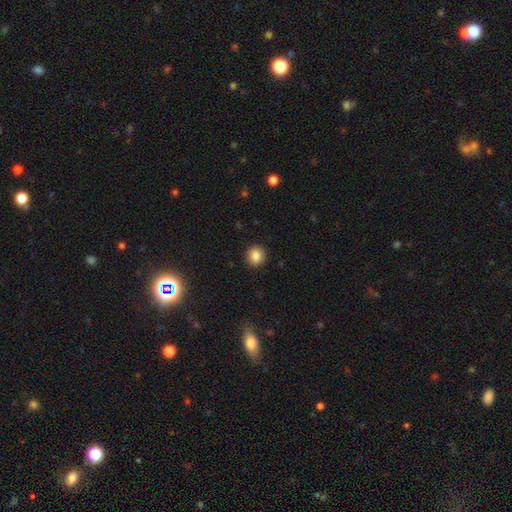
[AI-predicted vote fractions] This is clearly a smooth galaxy (85%). How rounded: clearly round (91%). Merging: clearly none (92%).